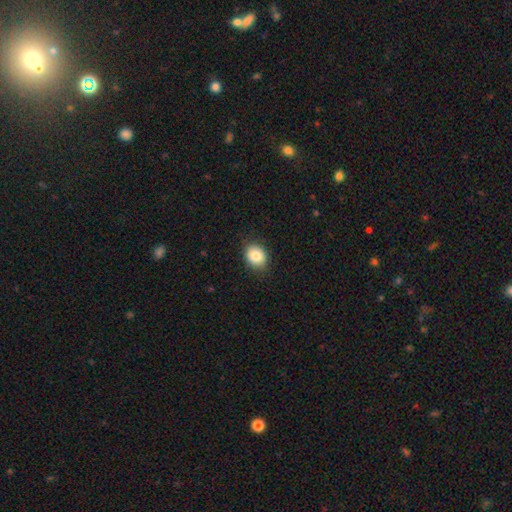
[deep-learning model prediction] A smooth galaxy with no disk features (84%) that is round (54%).

Vote fractions:
- Smooth or featured? smooth: 84% / star or artifact: 9% / featured or disk: 7%
- How rounded? round: 54% / in between: 46% / cigar-shaped: 1%
- Merging? none: 86% / minor disturbance: 10% / major disturbance: 2% / merger: 1%